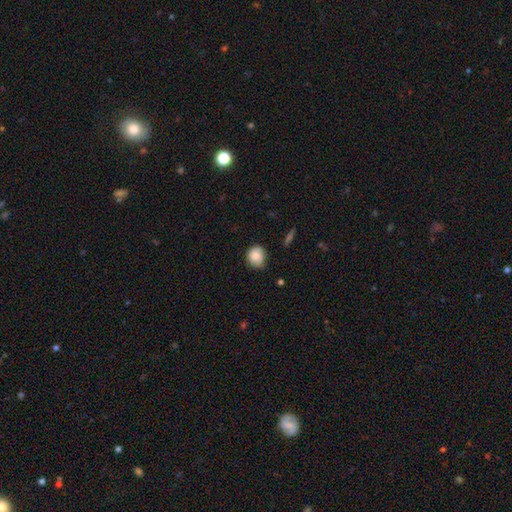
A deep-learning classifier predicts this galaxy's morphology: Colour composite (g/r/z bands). It shows a smooth galaxy with no disk features (81%) that is round (75%). Merging: none (68%).